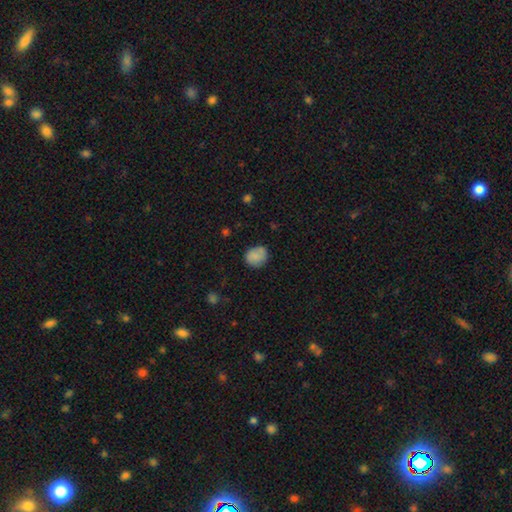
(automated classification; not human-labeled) A smooth galaxy with no disk features (81%) that is round (69%). Merging: none (73%).